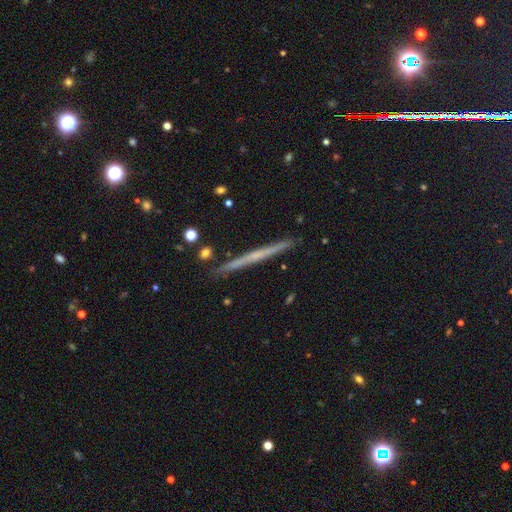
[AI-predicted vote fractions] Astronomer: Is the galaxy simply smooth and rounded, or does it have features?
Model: featured or disk — 63%.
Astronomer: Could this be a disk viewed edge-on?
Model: yes — 98%.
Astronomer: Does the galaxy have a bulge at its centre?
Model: none — 77%.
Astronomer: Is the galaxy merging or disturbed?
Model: none — 91%.